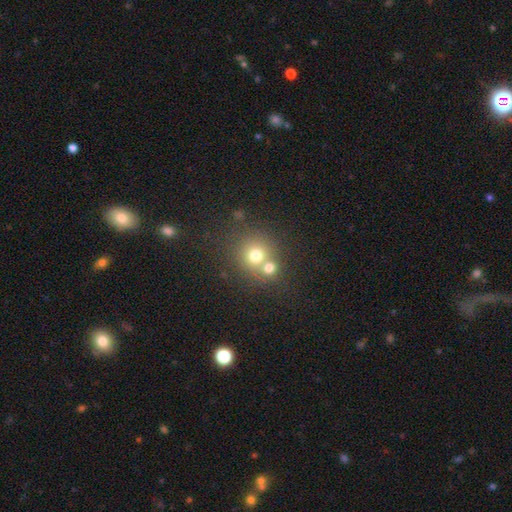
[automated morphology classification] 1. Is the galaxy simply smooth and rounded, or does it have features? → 72% smooth, 15% star or artifact, 14% featured or disk.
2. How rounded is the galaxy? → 87% round, 12% in between, 1% cigar-shaped.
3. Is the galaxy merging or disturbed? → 47% none, 43% merger, 7% minor disturbance, 3% major disturbance.